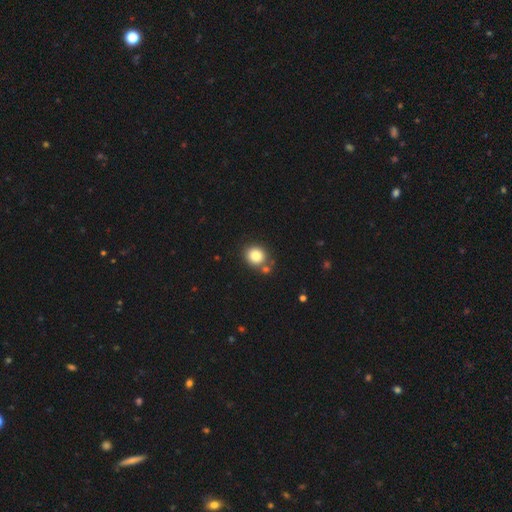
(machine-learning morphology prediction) The model was most divided on "merging": none: 73%, merger: 14%, minor disturbance: 10%, major disturbance: 3%. More confident: smooth or featured — smooth (84%); how rounded — round (82%).